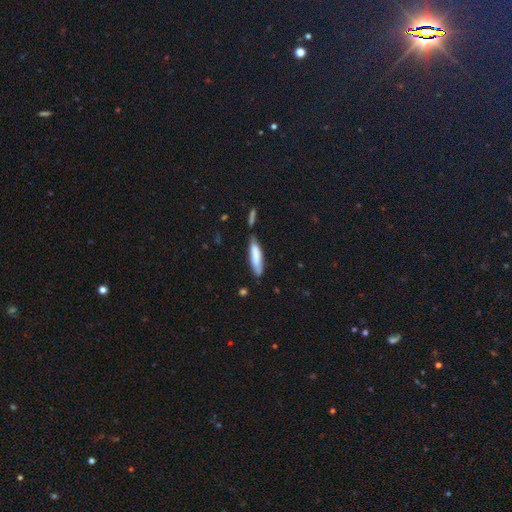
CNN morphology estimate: A smooth galaxy with no disk features (78%) that is cigar-shaped (76%).

Vote fractions:
- Smooth or featured? smooth: 78% / featured or disk: 16% / star or artifact: 6%
- How rounded? cigar-shaped: 76% / in between: 22% / round: 1%
- Merging? none: 65% / minor disturbance: 22% / merger: 8% / major disturbance: 5%